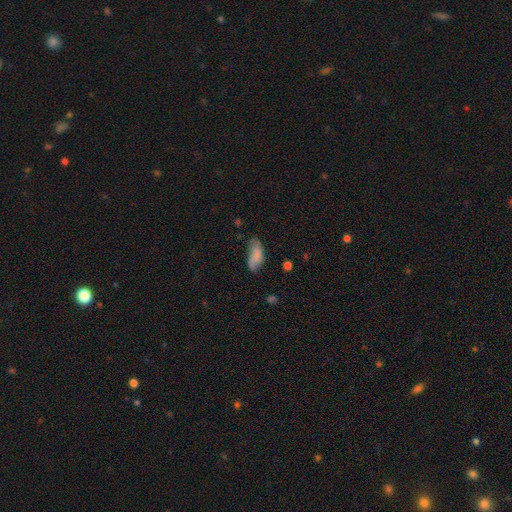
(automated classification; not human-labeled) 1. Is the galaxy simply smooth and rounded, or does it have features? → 74% smooth, 18% featured or disk, 8% star or artifact.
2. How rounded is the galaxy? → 86% in between, 11% cigar-shaped, 2% round.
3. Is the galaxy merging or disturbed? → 49% none, 33% minor disturbance, 14% major disturbance, 4% merger.